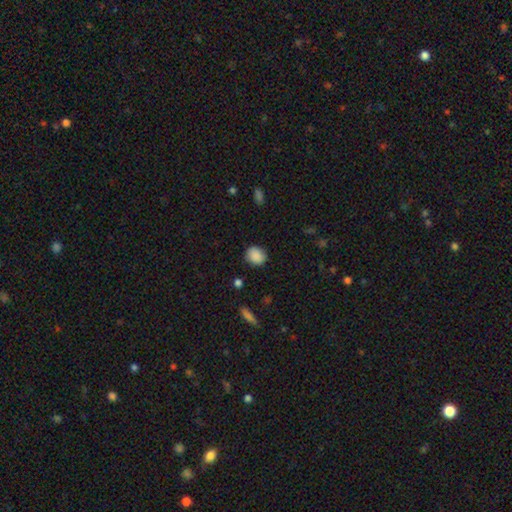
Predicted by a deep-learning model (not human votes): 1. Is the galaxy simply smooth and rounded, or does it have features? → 88% smooth, 8% star or artifact, 4% featured or disk.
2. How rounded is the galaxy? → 72% round, 27% in between, 1% cigar-shaped.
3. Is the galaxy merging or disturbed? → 85% none, 11% minor disturbance, 3% major disturbance, 1% merger.